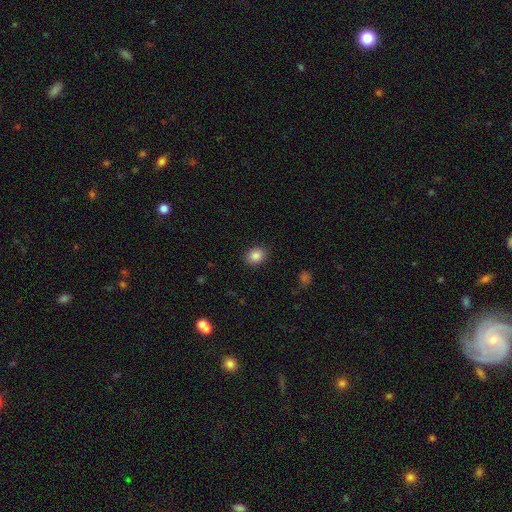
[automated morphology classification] Smooth or featured? Predicted: smooth (p=0.86). How rounded? Predicted: round (p=0.60). Merging? Predicted: none (p=0.89).